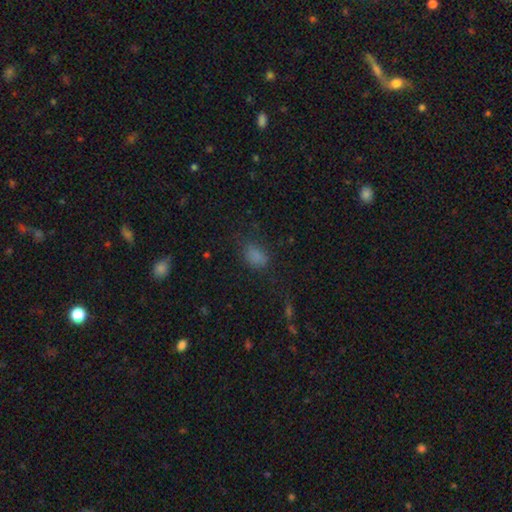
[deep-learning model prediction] smooth-or-featured: smooth: 79% | star or artifact: 15% | featured or disk: 6%
  how-rounded: in between: 85% | round: 13% | cigar-shaped: 2%
  merging: none: 67% | minor disturbance: 20% | major disturbance: 11% | merger: 2%